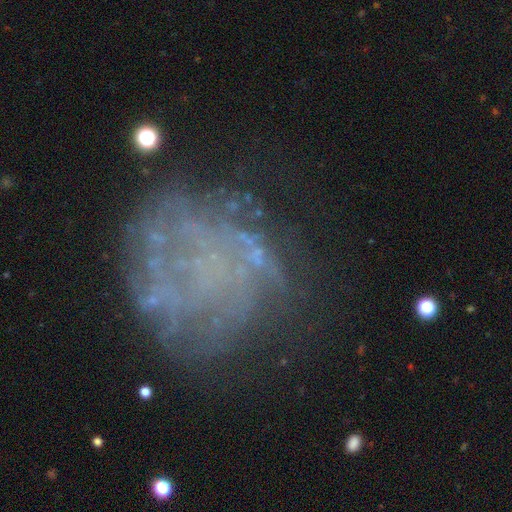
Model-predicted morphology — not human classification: Q: Smooth or featured?
A: featured or disk (47%); runner-up: star or artifact (34%)
Q: Merging?
A: none (62%); runner-up: minor disturbance (17%)